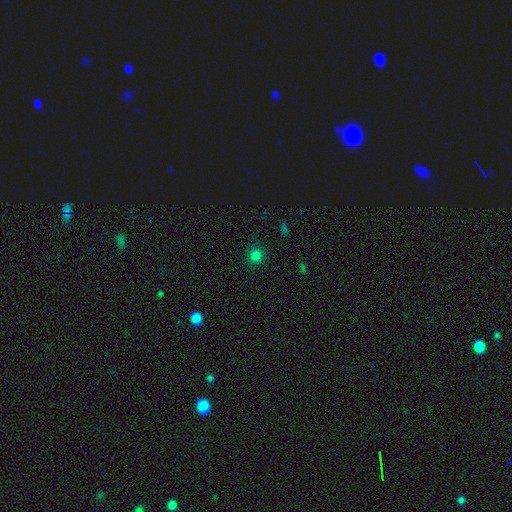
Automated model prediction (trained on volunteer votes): smooth_or_featured: smooth (p=0.79) [alt: star or artifact p=0.17]
how_rounded: round (p=0.89) [alt: in between p=0.10]
merging: none (p=0.89) [alt: minor disturbance p=0.08]